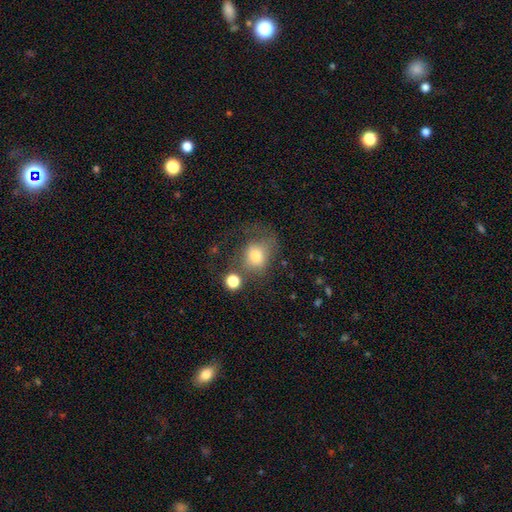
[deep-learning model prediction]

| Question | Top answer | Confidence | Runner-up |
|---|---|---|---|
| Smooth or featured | smooth | 71% | featured or disk (17%) |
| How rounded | round | 60% | in between (39%) |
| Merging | none | 35% | major disturbance (31%) |